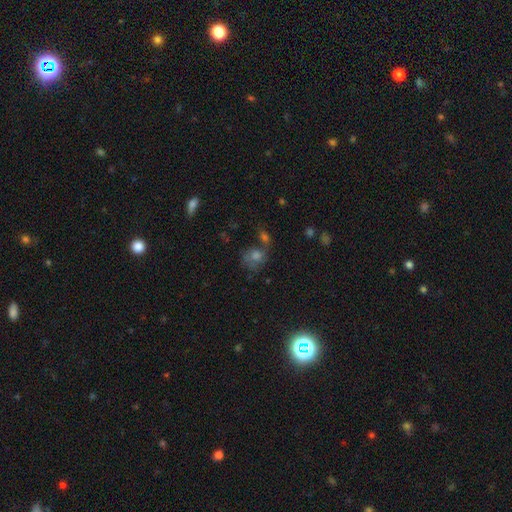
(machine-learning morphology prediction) Smooth or featured: smooth — 50% (star or artifact — 28%)
Merging: none — 48% (merger — 24%)